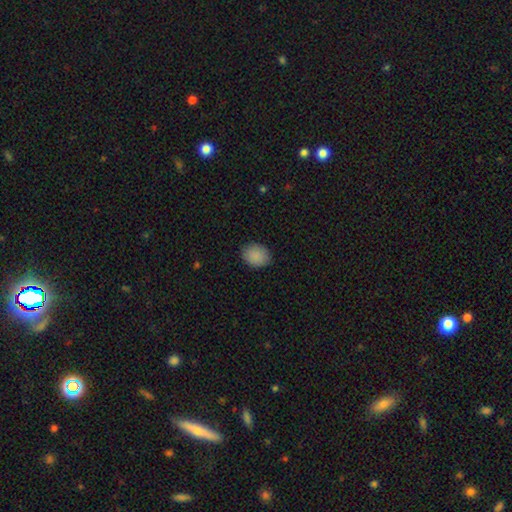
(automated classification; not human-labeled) Smooth or featured?
  - smooth: 89% *
  - star or artifact: 8%
  - featured or disk: 3%
How rounded?
  - in between: 55% *
  - round: 44%
  - cigar-shaped: 1%
Merging?
  - none: 85% *
  - minor disturbance: 11%
  - major disturbance: 2%
  - merger: 1%